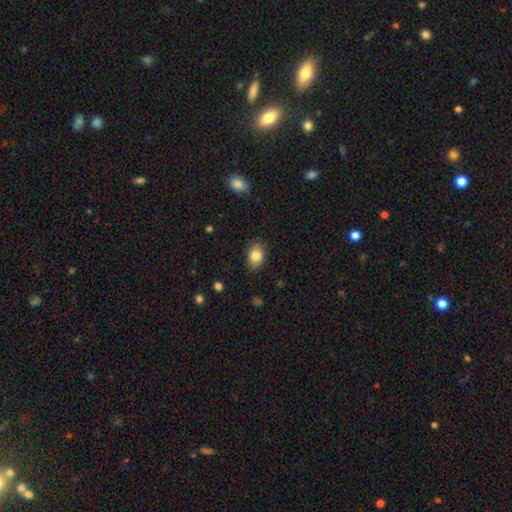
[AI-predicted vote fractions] Smooth or featured? smooth (84%)
How rounded? in between (80%)
Merging? none (84%)